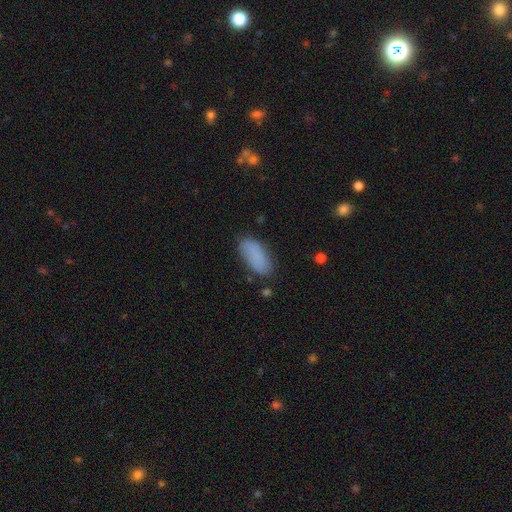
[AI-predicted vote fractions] Smooth or featured? Predicted: smooth (p=0.86). How rounded? Predicted: in between (p=0.87). Merging? Predicted: none (p=0.79).